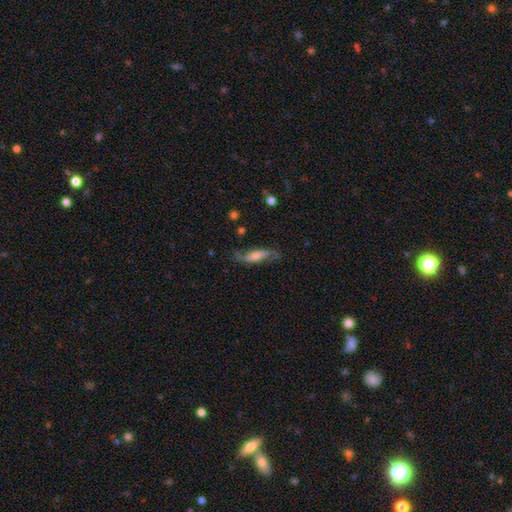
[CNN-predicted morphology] This appears to be a featured or disk galaxy (70%) with no bar (44%), spiral arms (92%) and a moderate central bulge (36%). Merging: none (71%).